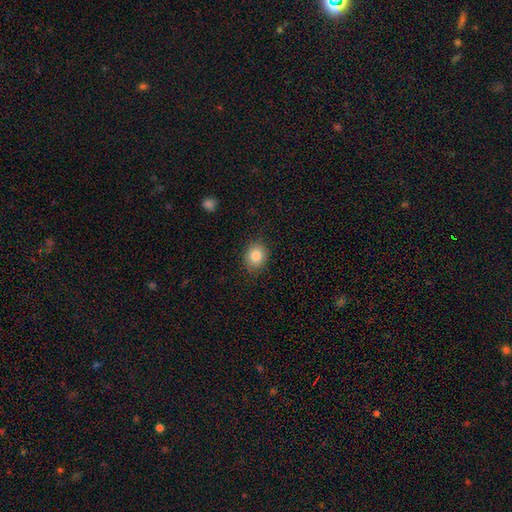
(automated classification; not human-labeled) Overall: smooth (84%). How rounded: round (66%; in between 33%). Merging: none (86%).